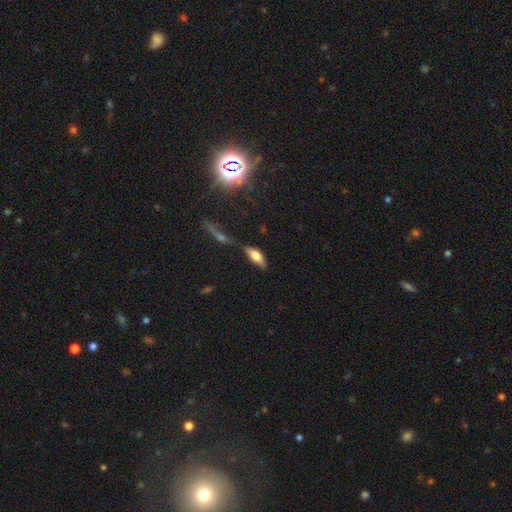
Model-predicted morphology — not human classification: smooth-or-featured: smooth: 57% | featured or disk: 34% | star or artifact: 9%
  how-rounded: in between: 70% | cigar-shaped: 27% | round: 3%
  merging: none: 56% | minor disturbance: 21% | merger: 15% | major disturbance: 8%